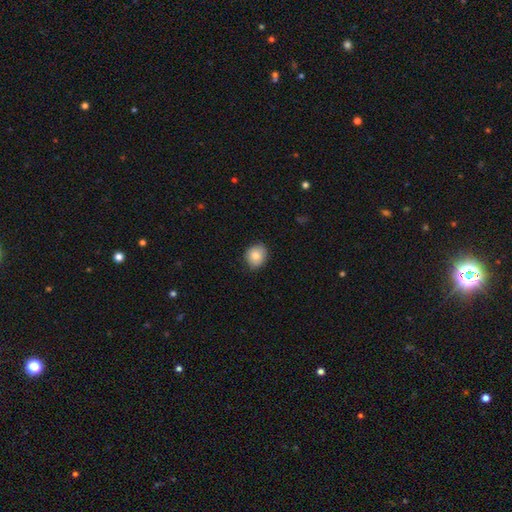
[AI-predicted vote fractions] This is clearly a smooth galaxy (82%). How rounded: likely round (71%). Merging: clearly none (84%).